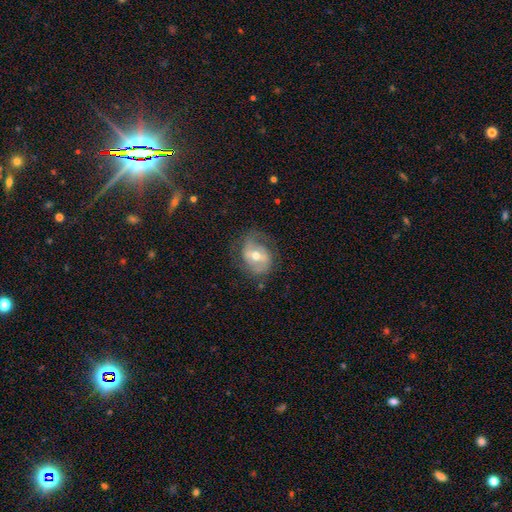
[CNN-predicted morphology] Q: Smooth or featured?
A: featured or disk (68%); runner-up: smooth (25%)
Q: Edge-on disk?
A: no (96%); runner-up: yes (4%)
Q: Bar?
A: weak (45%); runner-up: strong (34%)
Q: Spiral arms?
A: yes (77%); runner-up: no (23%)
Q: Spiral winding?
A: medium (44%); runner-up: loose (29%)
Q: Spiral arm count?
A: 2 (69%); runner-up: can't tell (15%)
Q: Bulge size?
A: moderate (71%); runner-up: small (22%)
Q: Merging?
A: none (61%); runner-up: minor disturbance (22%)